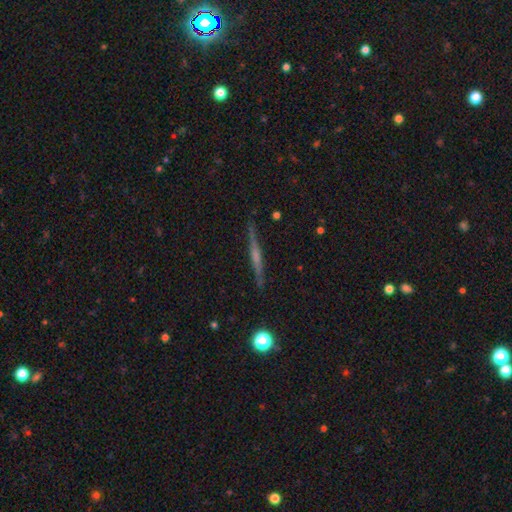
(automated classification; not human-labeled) Smooth or featured: featured or disk — 73% (smooth — 20%)
Edge-on disk: yes — 98% (no — 2%)
Edge-on bulge: rounded — 57% (none — 28%)
Merging: none — 90% (minor disturbance — 7%)